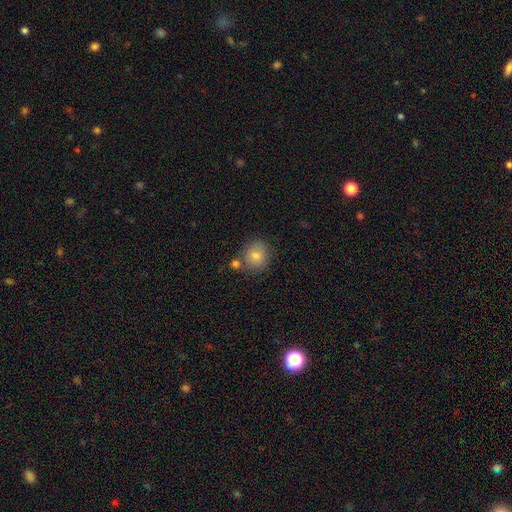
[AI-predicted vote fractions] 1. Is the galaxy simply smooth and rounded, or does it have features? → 78% smooth, 11% star or artifact, 11% featured or disk.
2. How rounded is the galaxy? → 78% round, 21% in between, 1% cigar-shaped.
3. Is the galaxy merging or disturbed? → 71% none, 14% merger, 12% minor disturbance, 3% major disturbance.